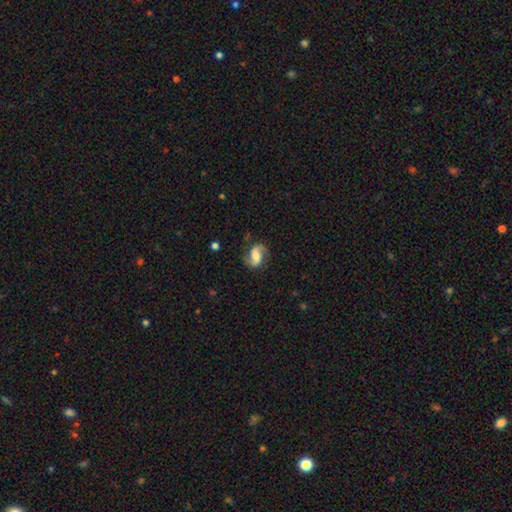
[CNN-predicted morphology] A featured or disk galaxy (81%) with a weak bar (42%), 2 (92%) medium (43%, tied with loose) spiral arms (96%) and a moderate central bulge (52%).

Vote fractions:
- Smooth or featured? featured or disk: 81% / smooth: 13% / star or artifact: 6%
- Edge-on disk? no: 97% / yes: 3%
- Bar? weak: 42% / no: 35% / strong: 23%
- Spiral arms? yes: 96% / no: 4%
- Spiral winding? medium: 43% (tied) / loose: 43% (tied) / tight: 14%
- Spiral arm count? 2: 92% / 1: 3% / can't tell: 3% / 3: 1% / 4: 1% / more than 4: 1%
- Bulge size? moderate: 52% / small: 25% / large: 14% / none: 6% / dominant: 2%
- Merging? none: 79% / minor disturbance: 14% / major disturbance: 6% / merger: 1%